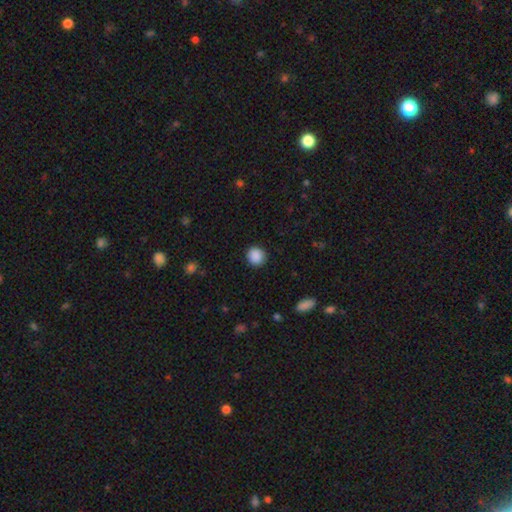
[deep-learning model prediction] smooth 89%, star or artifact 8%, featured or disk 3%. Down the decision tree: how rounded — round (91%); merging — none (90%).